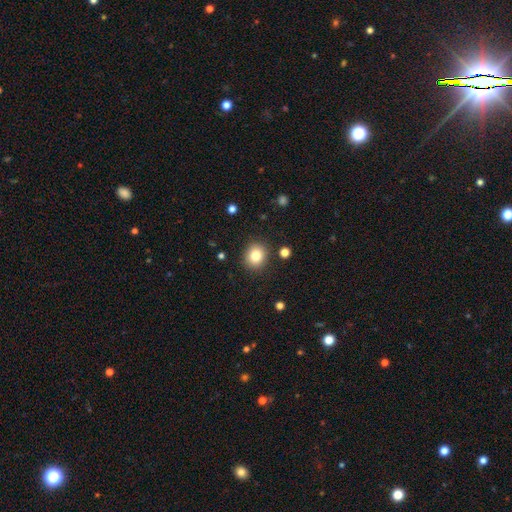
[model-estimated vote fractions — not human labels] Smooth or featured: smooth — 82% (star or artifact — 11%)
How rounded: round — 78% (in between — 21%)
Merging: none — 88% (minor disturbance — 8%)